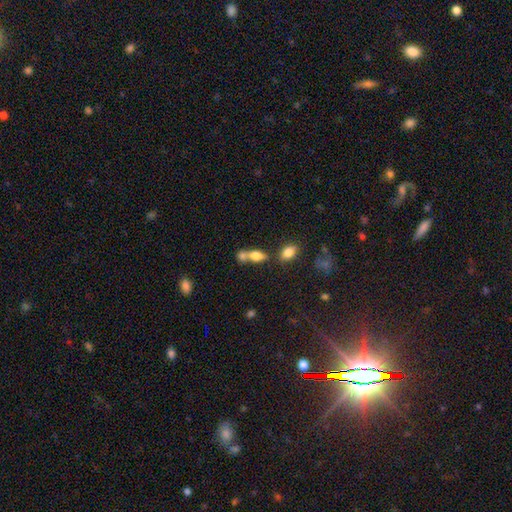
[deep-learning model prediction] A smooth galaxy with no disk features (72%) that is in between round and cigar-shaped (75%).

Vote fractions:
- Smooth or featured? smooth: 72% / featured or disk: 18% / star or artifact: 10%
- How rounded? in between: 75% / cigar-shaped: 13% / round: 12%
- Merging? merger: 53% / none: 33% / minor disturbance: 9% / major disturbance: 5%